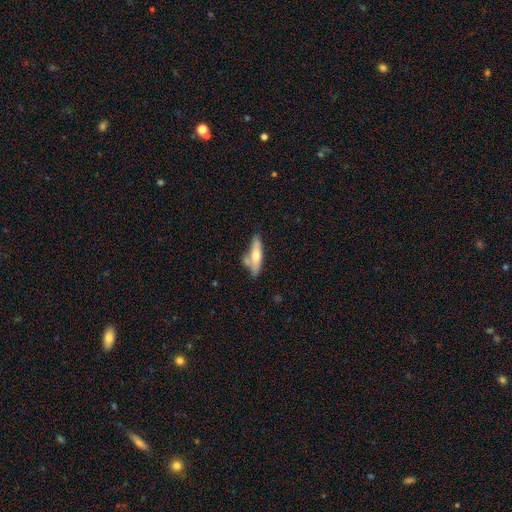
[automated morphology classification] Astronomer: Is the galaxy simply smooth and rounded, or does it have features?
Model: smooth — 57% (runner-up: featured or disk, 37%).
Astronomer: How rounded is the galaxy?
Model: cigar-shaped — 63%.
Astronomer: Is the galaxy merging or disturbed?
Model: none — 52%.